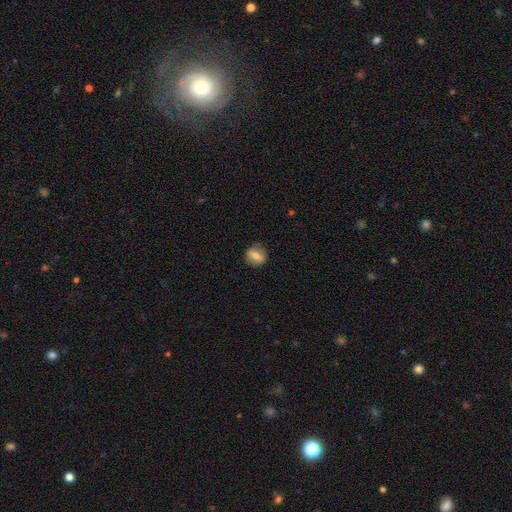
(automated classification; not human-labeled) smooth 58%, featured or disk 33%, star or artifact 8%. Down the decision tree: how rounded — round (69%); merging — none (82%).